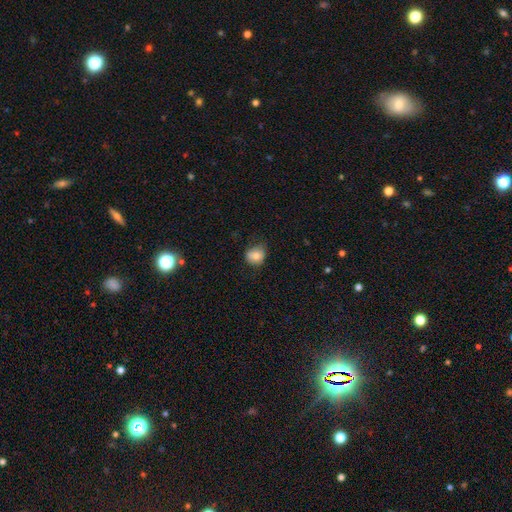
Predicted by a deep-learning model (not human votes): Smooth or featured? Predicted: smooth (p=0.78). How rounded? Predicted: round (p=0.75). Merging? Predicted: none (p=0.68).